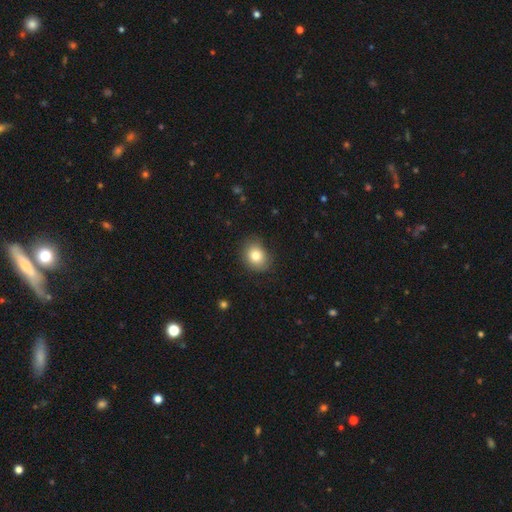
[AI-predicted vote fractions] smooth_or_featured: smooth (p=0.81) [alt: star or artifact p=0.10]
how_rounded: round (p=0.50) [alt: in between p=0.49]
merging: none (p=0.83) [alt: minor disturbance p=0.13]